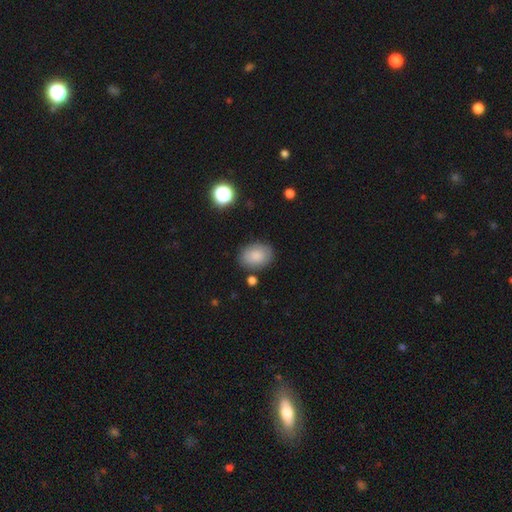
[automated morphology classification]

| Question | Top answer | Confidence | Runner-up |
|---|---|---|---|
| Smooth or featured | smooth | 84% | star or artifact (8%) |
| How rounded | in between | 74% | round (25%) |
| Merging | none | 81% | minor disturbance (13%) |